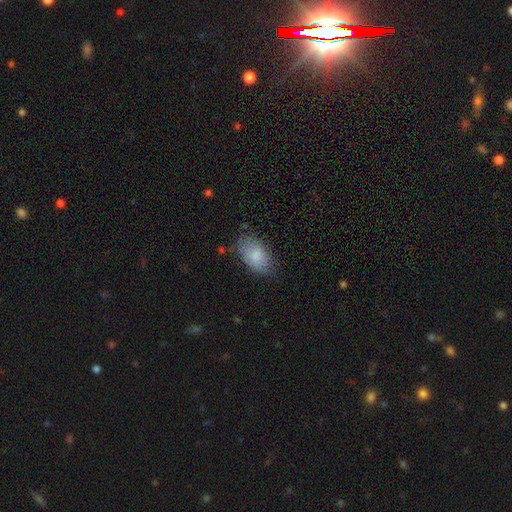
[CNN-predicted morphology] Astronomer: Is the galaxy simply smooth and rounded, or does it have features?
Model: smooth — 82%.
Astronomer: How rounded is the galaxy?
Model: in between — 93%.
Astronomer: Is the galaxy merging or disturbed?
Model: none — 72%.